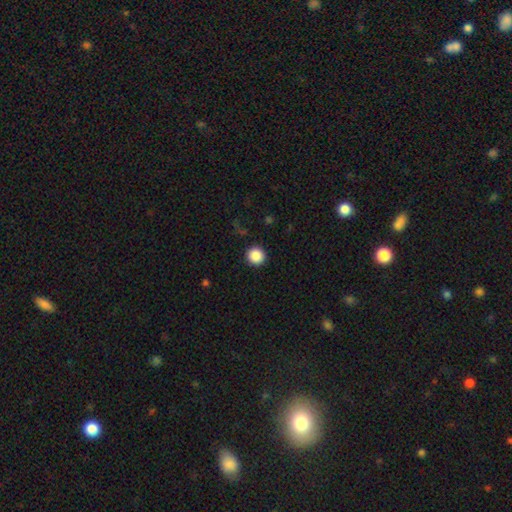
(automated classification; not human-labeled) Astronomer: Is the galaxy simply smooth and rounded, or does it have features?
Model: smooth — 87%.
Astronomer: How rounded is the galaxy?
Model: round — 96%.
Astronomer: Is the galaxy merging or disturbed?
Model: none — 92%.